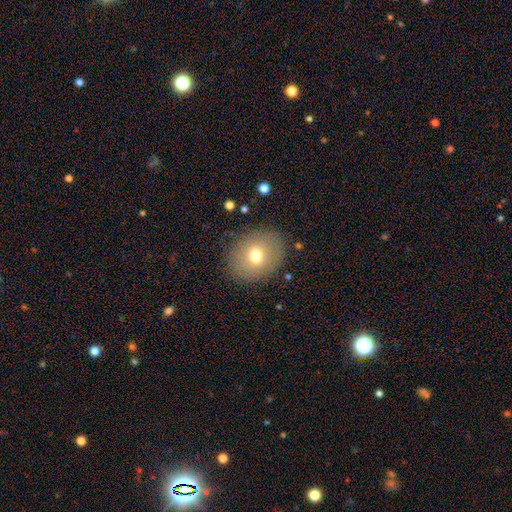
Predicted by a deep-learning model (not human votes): smooth 67%, featured or disk 22%, star or artifact 11%. Down the decision tree: how rounded — round (57%); merging — none (84%).